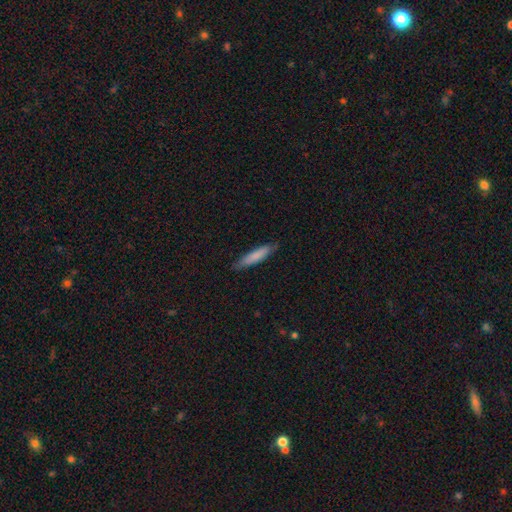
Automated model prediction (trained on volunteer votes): smooth-or-featured: smooth: 80% | featured or disk: 15% | star or artifact: 5%
  how-rounded: cigar-shaped: 86% | in between: 13% | round: 1%
  merging: none: 84% | minor disturbance: 13% | major disturbance: 2% | merger: 1%